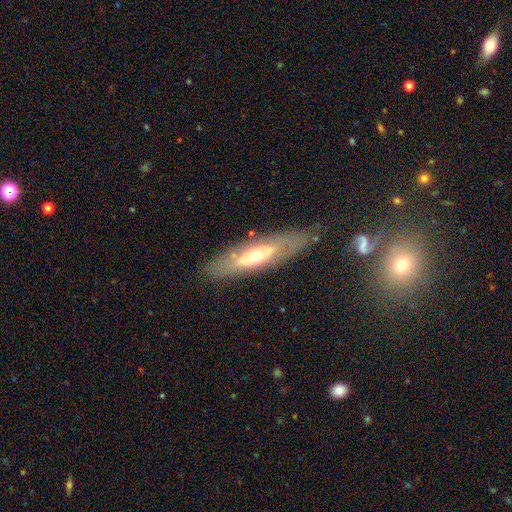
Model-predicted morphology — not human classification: Smooth or featured: featured or disk — 60% (smooth — 33%)
Edge-on disk: no — 61% (yes — 39%)
Merging: none — 75% (minor disturbance — 16%)